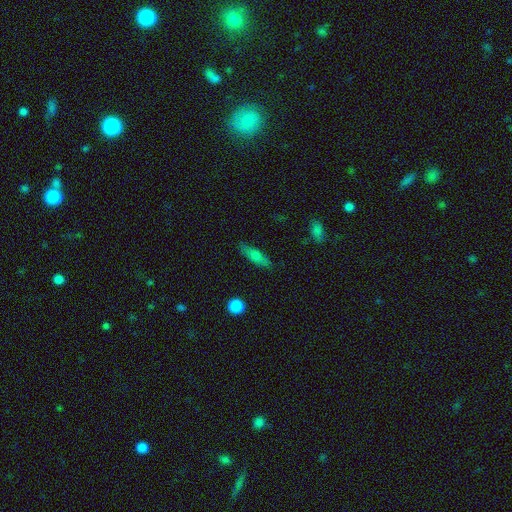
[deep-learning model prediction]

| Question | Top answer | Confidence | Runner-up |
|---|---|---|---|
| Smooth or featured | smooth | 65% | featured or disk (28%) |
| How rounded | cigar-shaped | 59% | in between (38%) |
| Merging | none | 85% | minor disturbance (11%) |